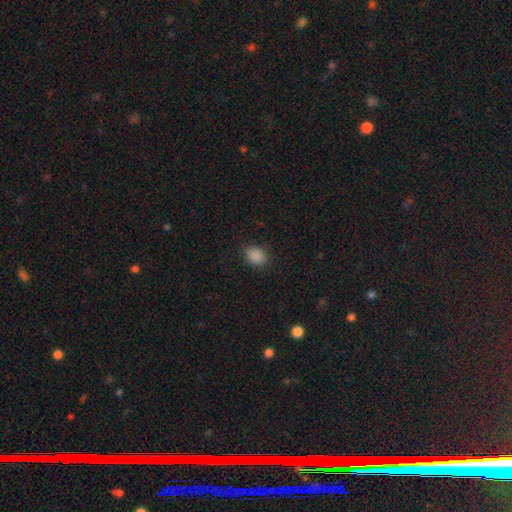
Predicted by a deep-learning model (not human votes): Smooth or featured? smooth (87%)
How rounded? in between (53%)
Merging? none (85%)